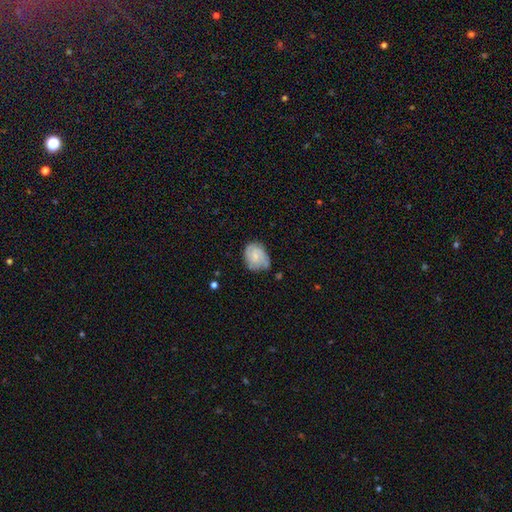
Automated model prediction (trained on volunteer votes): featured or disk 53%, smooth 39%, star or artifact 8%. Down the decision tree: edge-on disk — no (98%); bar — no (58%); spiral arms — yes (85%); bulge size — small (54%); merging — none (59%).